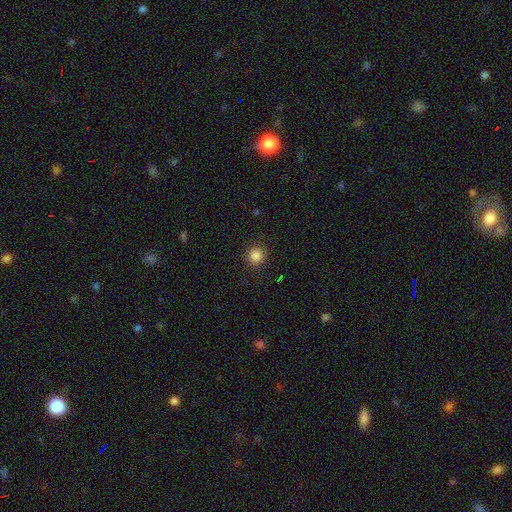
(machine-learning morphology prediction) This is clearly a smooth galaxy (84%). How rounded: clearly round (94%). Merging: clearly none (91%).